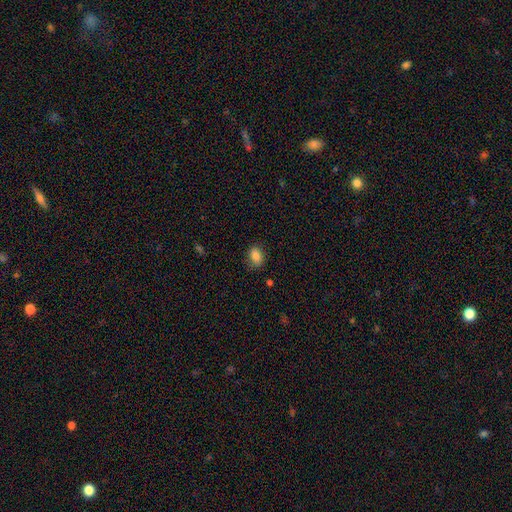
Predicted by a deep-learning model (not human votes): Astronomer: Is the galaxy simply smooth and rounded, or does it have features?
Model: smooth — 86%.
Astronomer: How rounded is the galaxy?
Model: in between — 77%.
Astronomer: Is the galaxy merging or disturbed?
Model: none — 79%.